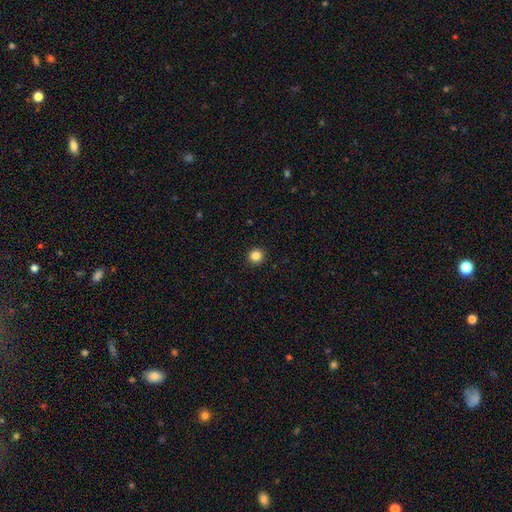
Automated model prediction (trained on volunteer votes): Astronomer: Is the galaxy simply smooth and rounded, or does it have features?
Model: smooth — 85%.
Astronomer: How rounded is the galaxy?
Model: round — 94%.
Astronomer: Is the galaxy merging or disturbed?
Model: none — 93%.